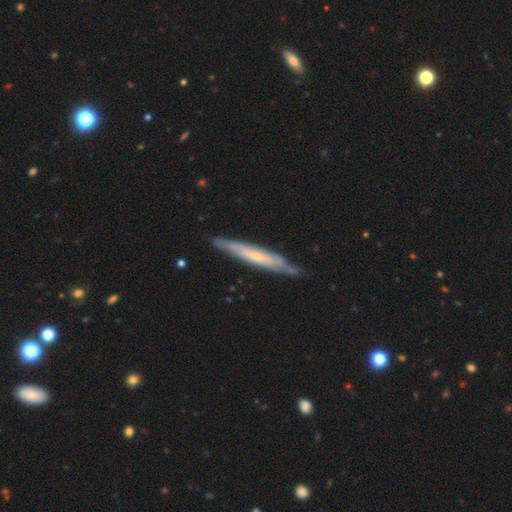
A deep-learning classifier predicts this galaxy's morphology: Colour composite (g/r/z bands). It shows a featured or disk galaxy (63%) viewed edge-on (76%). Merging: none (79%).